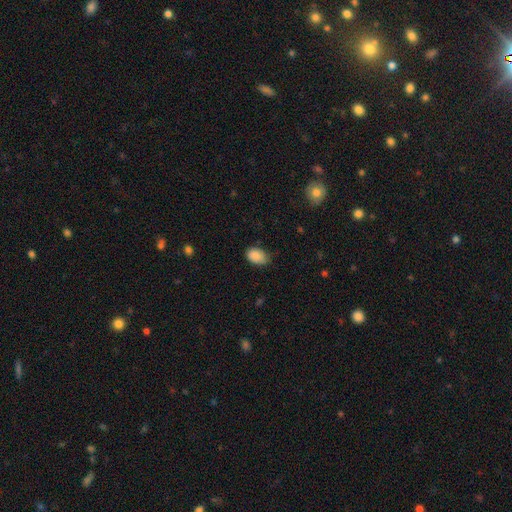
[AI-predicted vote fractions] Smooth or featured? smooth (88%)
How rounded? in between (85%)
Merging? none (69%)